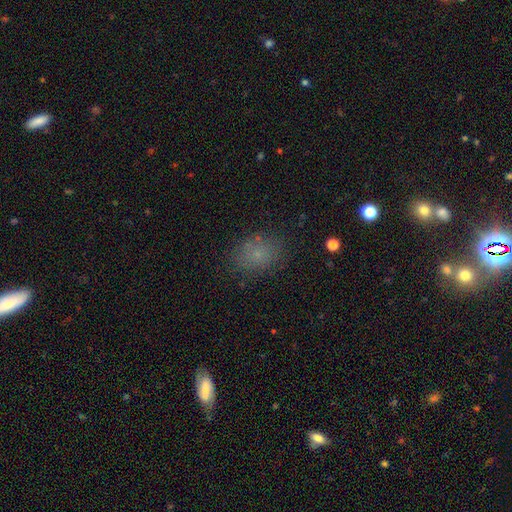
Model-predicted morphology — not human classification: This appears to be a smooth galaxy with no disk features (71%) that is in between round and cigar-shaped (63%). Merging: none (80%).